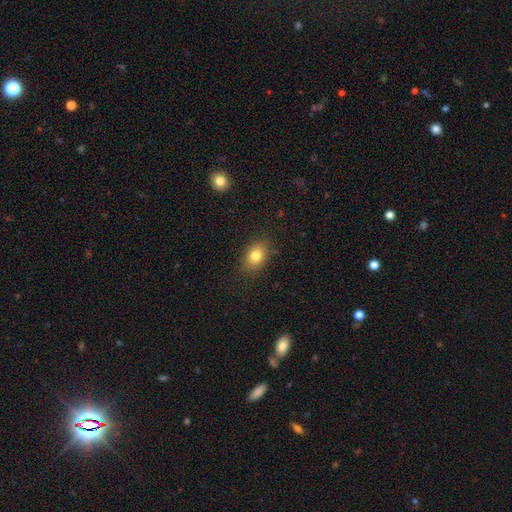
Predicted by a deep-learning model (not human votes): This appears to be a smooth galaxy with no disk features (81%) that is in between round and cigar-shaped (75%). Merging: none (85%).